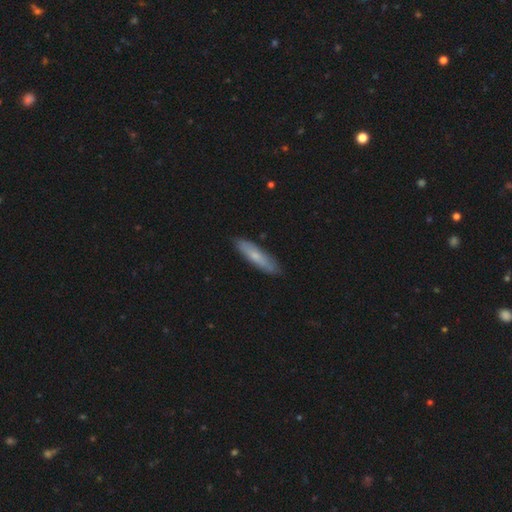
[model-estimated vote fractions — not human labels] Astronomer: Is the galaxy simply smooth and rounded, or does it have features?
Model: smooth — 67%.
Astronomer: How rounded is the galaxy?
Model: cigar-shaped — 77%.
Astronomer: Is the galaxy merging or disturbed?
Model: none — 85%.